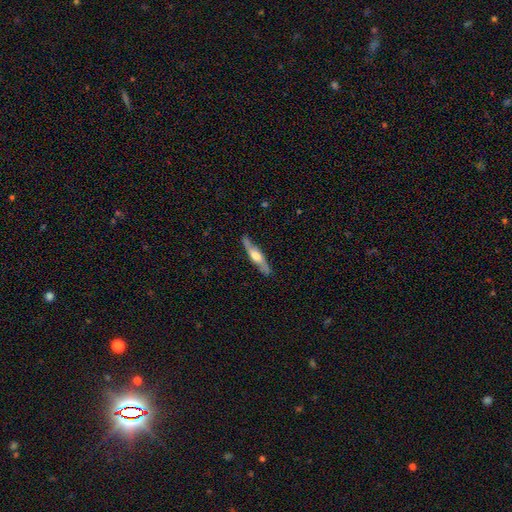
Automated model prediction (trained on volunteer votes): Smooth or featured: featured or disk — 58% (smooth — 37%)
Edge-on disk: yes — 77% (no — 23%)
Merging: none — 84% (minor disturbance — 12%)